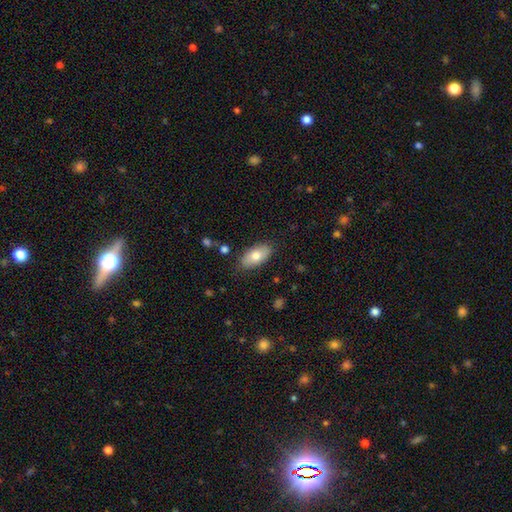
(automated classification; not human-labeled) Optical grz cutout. It shows a smooth galaxy with no disk features (75%) that is in between round and cigar-shaped (91%). Merging: none (85%).